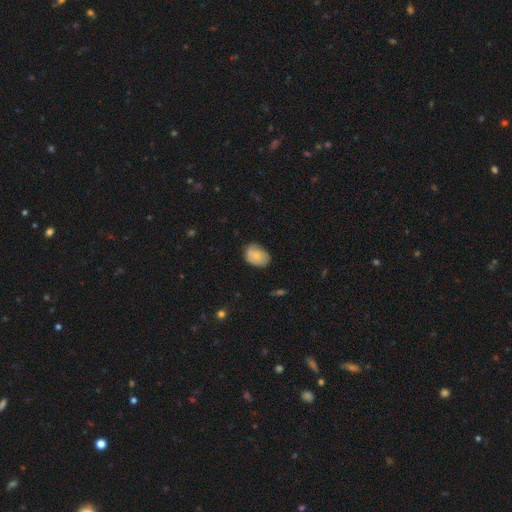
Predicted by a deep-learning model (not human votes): Q: Smooth or featured?
A: smooth (70%); runner-up: featured or disk (23%)
Q: How rounded?
A: in between (71%); runner-up: round (28%)
Q: Merging?
A: none (61%); runner-up: minor disturbance (30%)